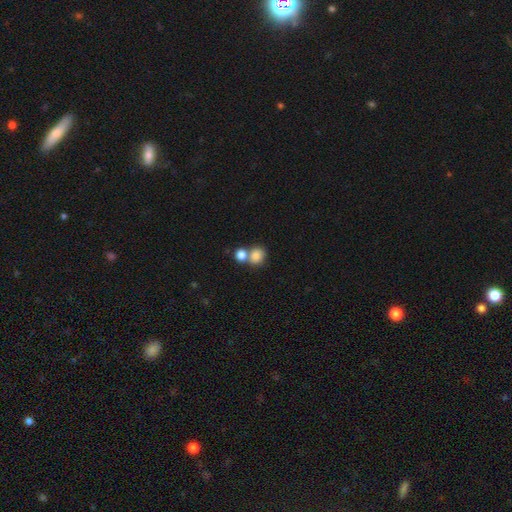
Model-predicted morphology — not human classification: The model was most divided on "merging": merger: 47%, none: 41%, minor disturbance: 8%, major disturbance: 3%. More confident: smooth or featured — smooth (83%); how rounded — round (75%).